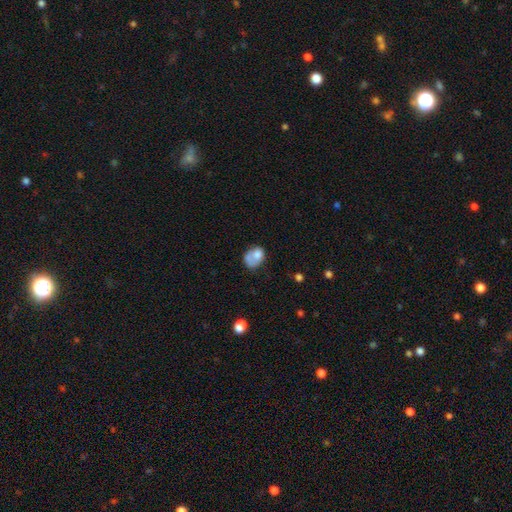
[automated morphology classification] Q: Smooth or featured?
A: smooth (68%); runner-up: featured or disk (23%)
Q: How rounded?
A: in between (63%); runner-up: round (36%)
Q: Merging?
A: none (35%); runner-up: minor disturbance (24%)